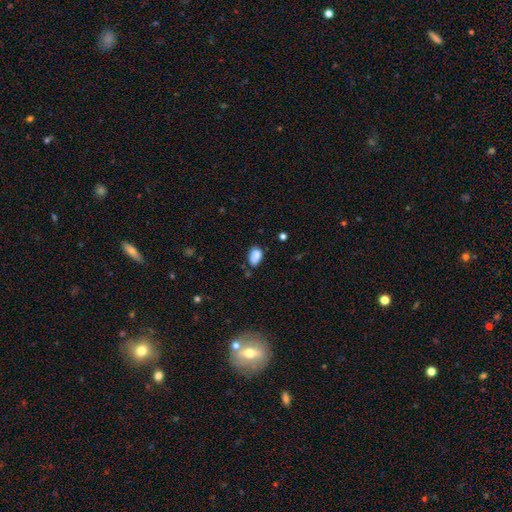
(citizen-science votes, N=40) Smooth or featured? 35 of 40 (88%) said smooth. How rounded? 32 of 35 (91%) said in between. Merging? 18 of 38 (47%) said none.